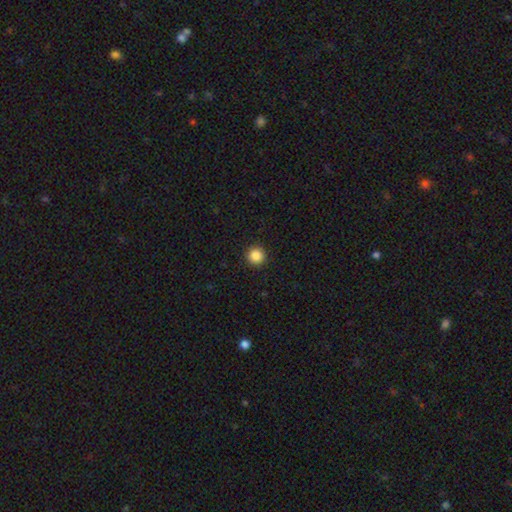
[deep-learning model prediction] A smooth galaxy with no disk features (87%) that is round (96%).

Vote fractions:
- Smooth or featured? smooth: 87% / star or artifact: 10% / featured or disk: 3%
- How rounded? round: 96% / in between: 3% / cigar-shaped: 1%
- Merging? none: 93% / minor disturbance: 4% / major disturbance: 2% / merger: 1%